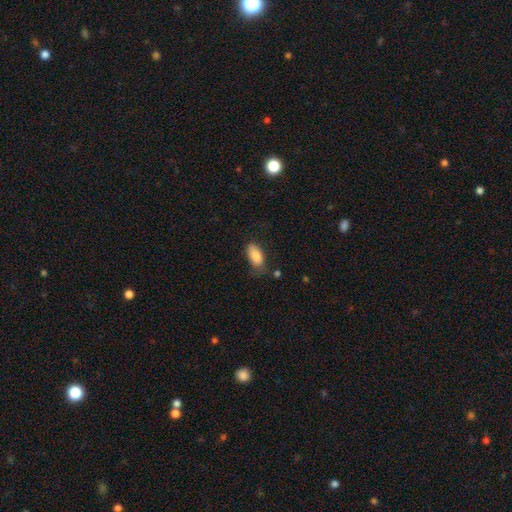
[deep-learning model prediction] This appears to be a smooth galaxy with no disk features (86%) that is in between round and cigar-shaped (92%). Merging: none (64%).